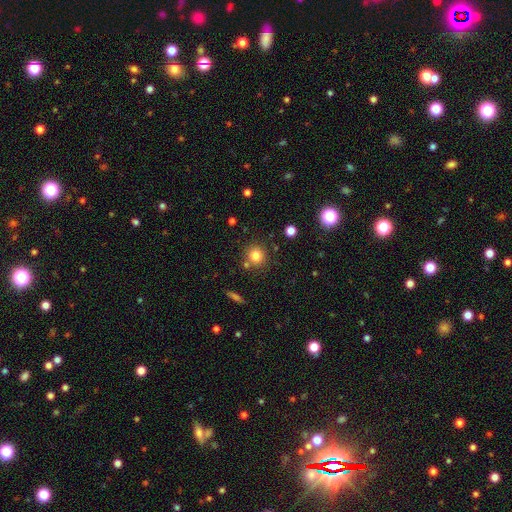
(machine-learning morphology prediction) type=smooth (79%); roundness=round (90%); merging=none (78%).